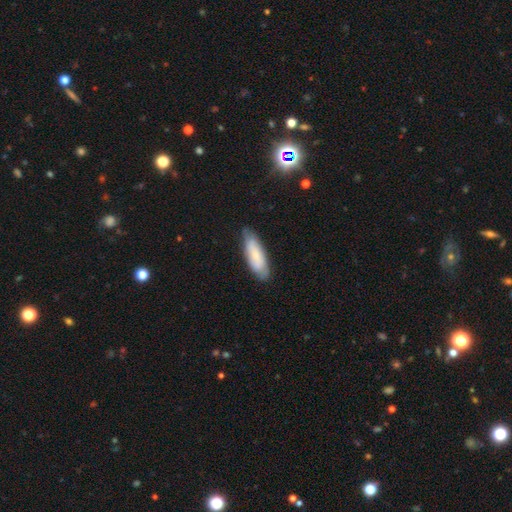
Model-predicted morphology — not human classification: Smooth or featured? Predicted: smooth (p=0.63). How rounded? Predicted: in between (p=0.60). Merging? Predicted: none (p=0.77).